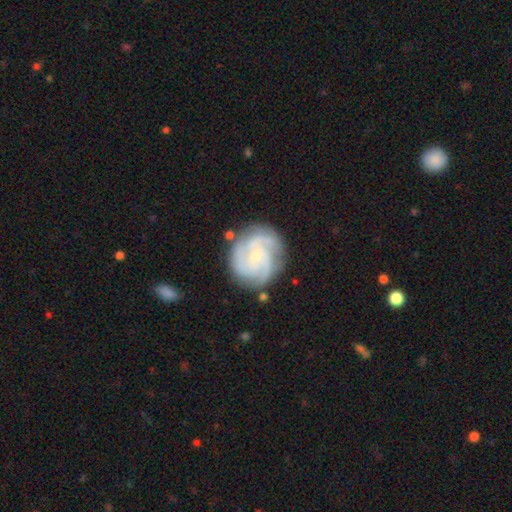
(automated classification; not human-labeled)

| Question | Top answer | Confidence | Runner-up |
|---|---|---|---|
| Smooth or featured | featured or disk | 85% | smooth (10%) |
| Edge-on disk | no | 98% | yes (2%) |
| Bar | no | 68% | weak (28%) |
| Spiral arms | yes | 97% | no (3%) |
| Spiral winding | tight | 63% | medium (31%) |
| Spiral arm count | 3 | 48% | 2 (15%) |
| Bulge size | small | 77% | moderate (16%) |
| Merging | none | 76% | minor disturbance (17%) |